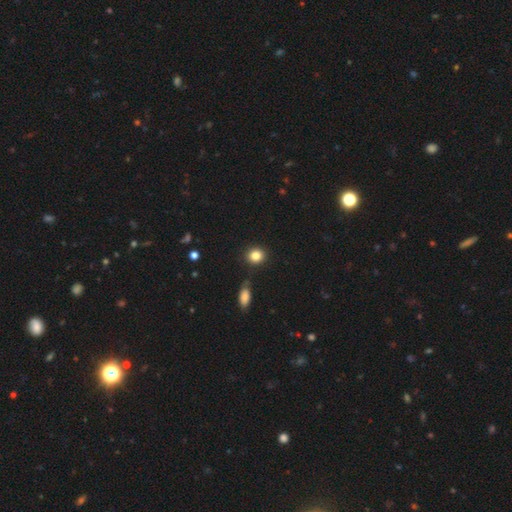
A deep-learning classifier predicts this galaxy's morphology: smooth-or-featured: smooth: 84% | star or artifact: 10% | featured or disk: 6%
  how-rounded: round: 80% | in between: 18% | cigar-shaped: 1%
  merging: none: 86% | minor disturbance: 8% | merger: 4% | major disturbance: 2%